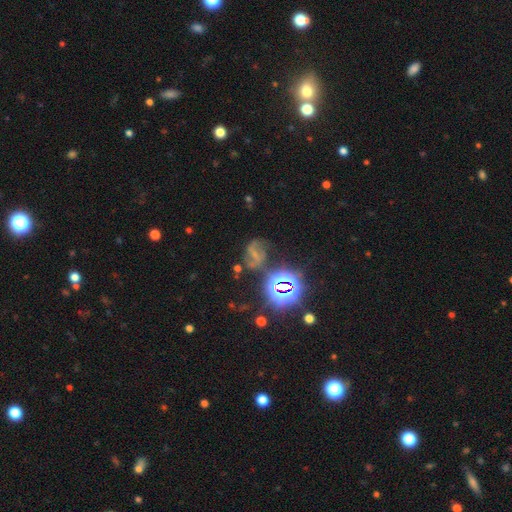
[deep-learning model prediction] Morphology: type=featured or disk (47%); merging=none (53%).